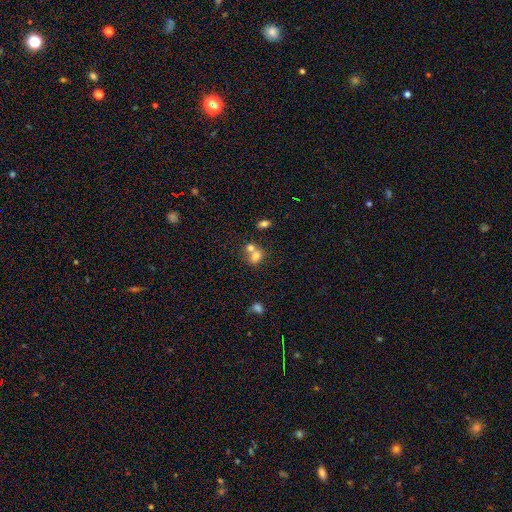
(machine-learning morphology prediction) The model was most divided on "how rounded": round: 54%, in between: 45%, cigar-shaped: 1%. More confident: smooth or featured — smooth (71%); merging — merger (59%).